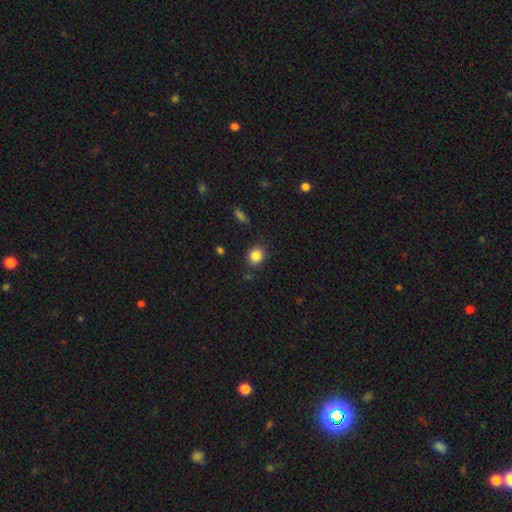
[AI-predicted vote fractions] Smooth or featured?
  - smooth: 85% *
  - star or artifact: 10%
  - featured or disk: 5%
How rounded?
  - round: 76% *
  - in between: 23%
  - cigar-shaped: 1%
Merging?
  - none: 85% *
  - minor disturbance: 10%
  - major disturbance: 3%
  - merger: 2%